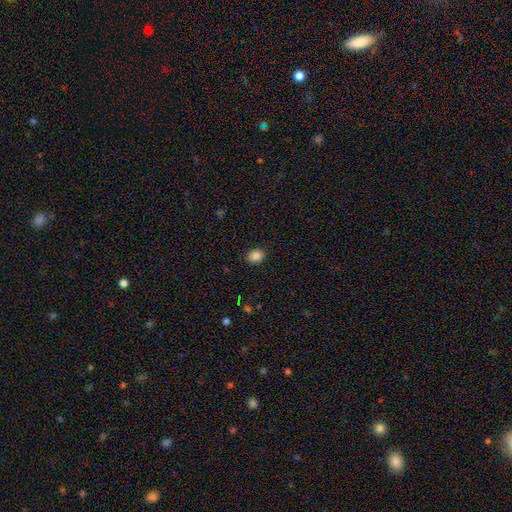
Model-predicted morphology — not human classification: smooth 86%, star or artifact 10%, featured or disk 4%. Down the decision tree: how rounded — in between (55%); merging — none (88%).